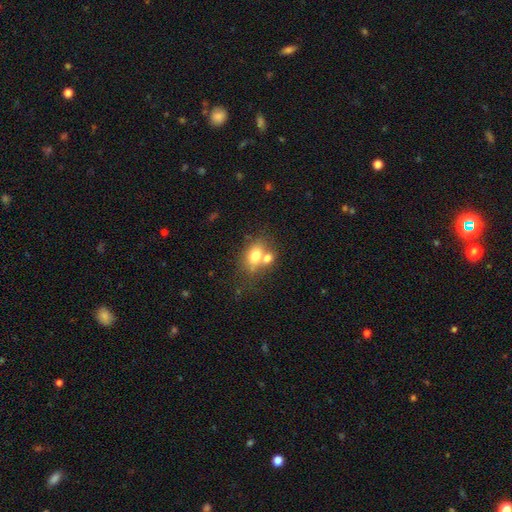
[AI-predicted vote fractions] Overall: smooth (70%). How rounded: in between (68%; round 30%). Merging: merger (43%; none 41%).